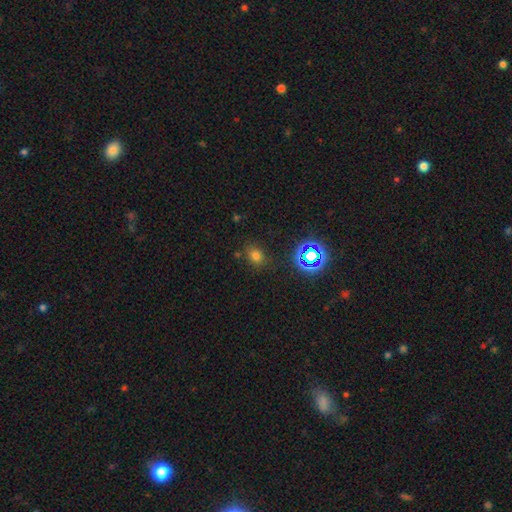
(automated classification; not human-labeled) A smooth galaxy with no disk features (67%) that is round (58%).

Vote fractions:
- Smooth or featured? smooth: 67% / star or artifact: 26% / featured or disk: 7%
- How rounded? round: 58% / in between: 41% / cigar-shaped: 1%
- Merging? none: 80% / minor disturbance: 12% / major disturbance: 4% / merger: 4%